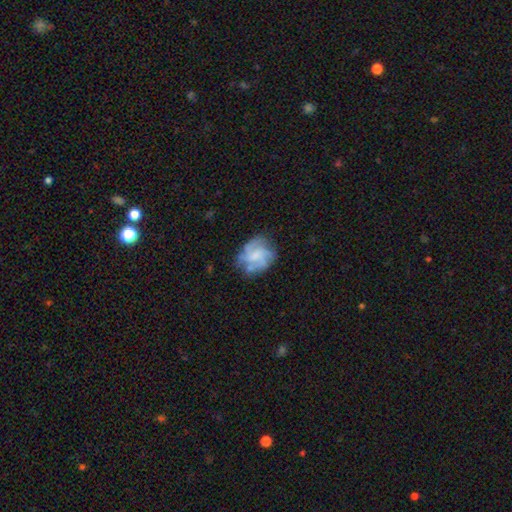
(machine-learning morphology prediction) type=featured or disk (65%); edge-on=no (98%); bar=no (49%); spiral arms=yes (79%); winding=medium (43%); arm count=can't tell (32%); bulge=none (43%); merging=none (61%).